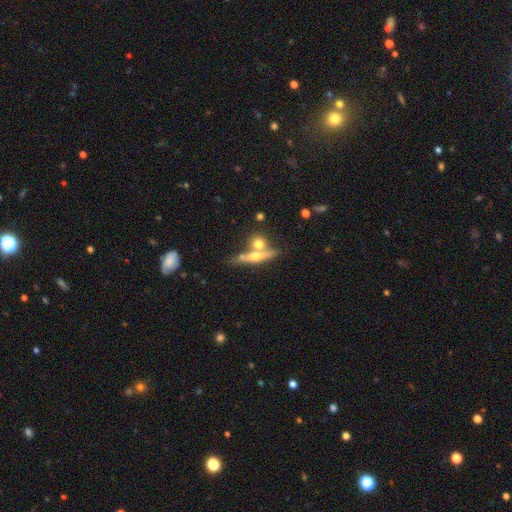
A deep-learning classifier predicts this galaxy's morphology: A featured or disk galaxy (60%) viewed edge-on (89%) with a rounded central bulge (88%).

Vote fractions:
- Smooth or featured? featured or disk: 60% / smooth: 32% / star or artifact: 8%
- Edge-on disk? yes: 89% / no: 11%
- Edge-on bulge? rounded: 88% / none: 7% / boxy: 5%
- Merging? none: 54% / merger: 30% / minor disturbance: 11% / major disturbance: 5%